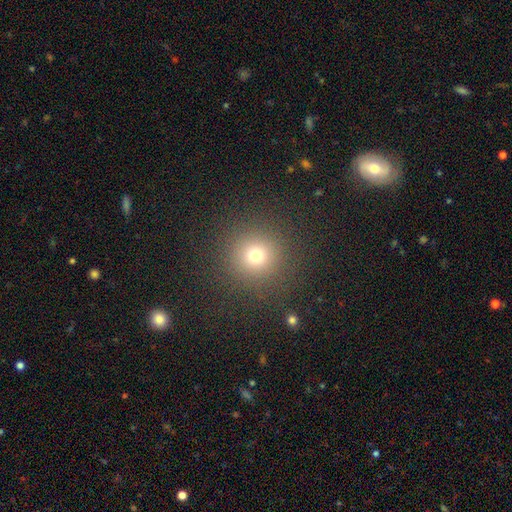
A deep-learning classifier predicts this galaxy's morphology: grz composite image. It shows a smooth galaxy with no disk features (72%) that is round (94%). Merging: none (88%).